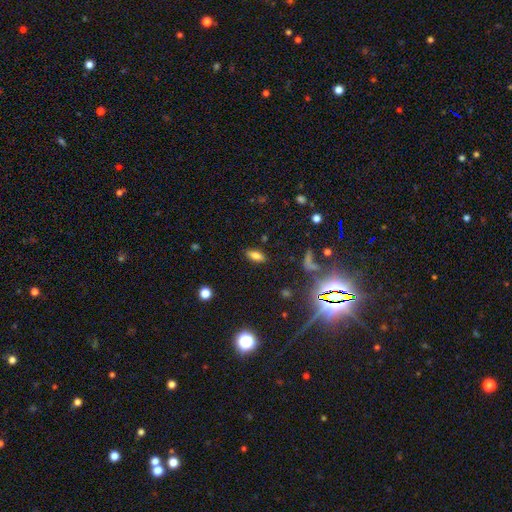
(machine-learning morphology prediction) Smooth or featured? Predicted: smooth (p=0.73). How rounded? Predicted: in between (p=0.83). Merging? Predicted: none (p=0.85).